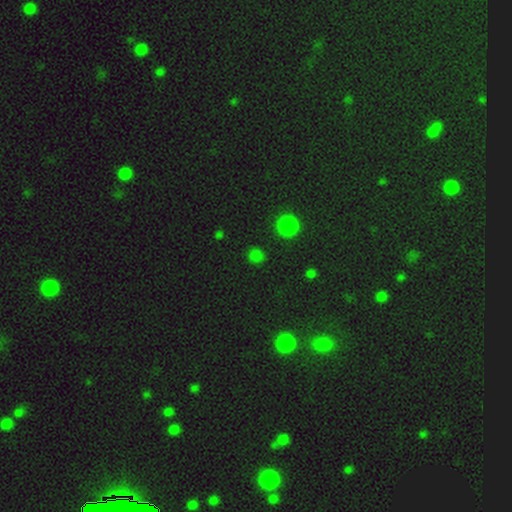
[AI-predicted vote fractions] Morphology: type=smooth (69%); roundness=round (88%); merging=none (86%).